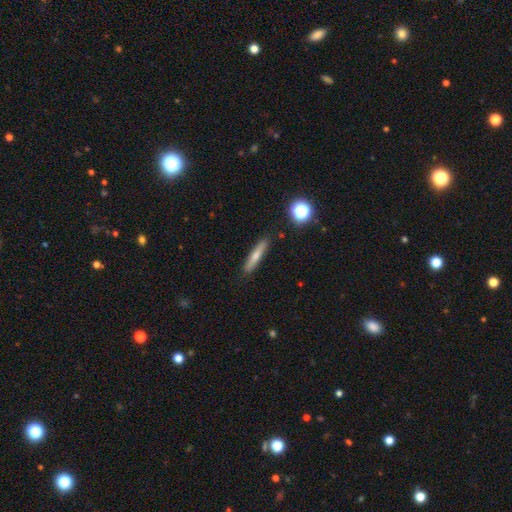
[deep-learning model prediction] smooth_or_featured: smooth (p=0.64) [alt: featured or disk p=0.27]
how_rounded: cigar-shaped (p=0.89) [alt: in between p=0.09]
merging: none (p=0.88) [alt: minor disturbance p=0.09]